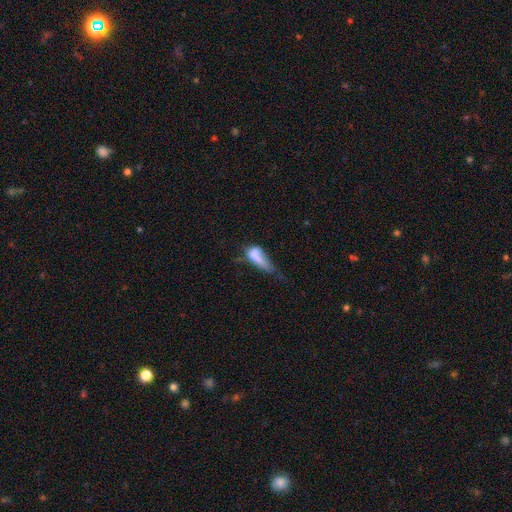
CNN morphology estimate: Smooth or featured? smooth (68%)
How rounded? in between (71%)
Merging? major disturbance (47%)